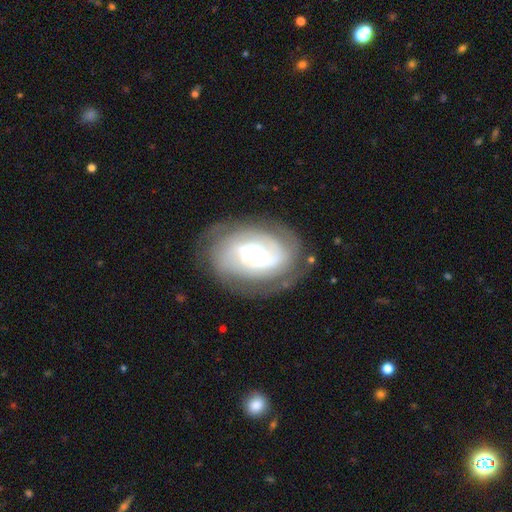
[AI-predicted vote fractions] A featured or disk galaxy (82%) with no bar (64%), 2 (36%) tight (60%) spiral arms (92%) and a small central bulge (49%). Merging: none (71%).